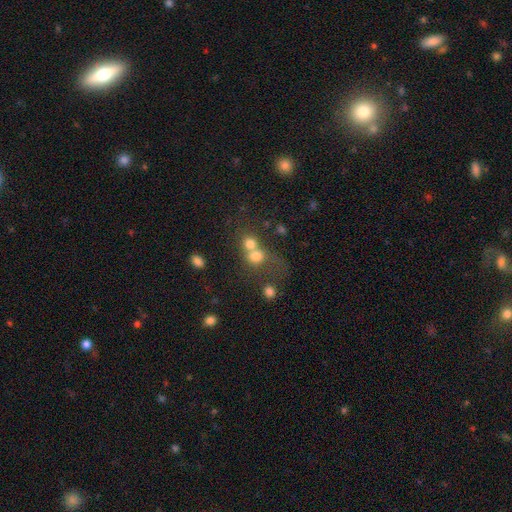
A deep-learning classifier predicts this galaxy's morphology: Q: Smooth or featured?
A: smooth (71%); runner-up: star or artifact (15%)
Q: How rounded?
A: round (72%); runner-up: in between (27%)
Q: Merging?
A: merger (61%); runner-up: none (26%)